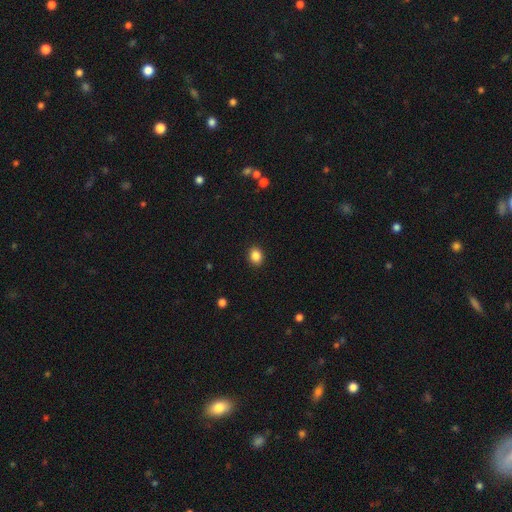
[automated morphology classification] smooth-or-featured: smooth: 87% | star or artifact: 10% | featured or disk: 3%
  how-rounded: round: 54% | in between: 45% | cigar-shaped: 1%
  merging: none: 91% | minor disturbance: 6% | major disturbance: 2% | merger: 1%